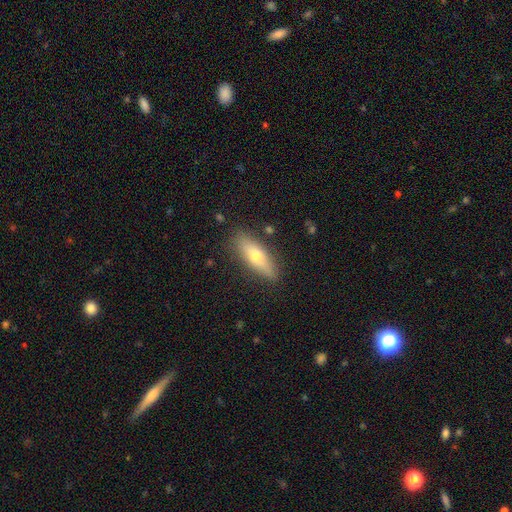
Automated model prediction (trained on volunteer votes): Smooth or featured: smooth — 58% (featured or disk — 35%)
How rounded: cigar-shaped — 49% (in between — 48%)
Merging: none — 85% (minor disturbance — 10%)